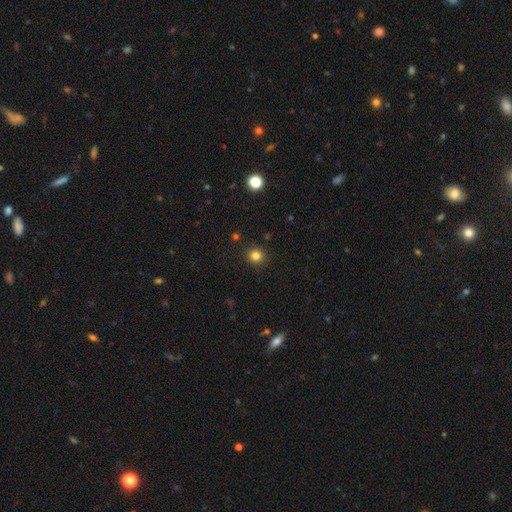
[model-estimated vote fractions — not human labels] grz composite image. It shows a smooth galaxy with no disk features (82%) that is round (94%). Merging: none (92%).